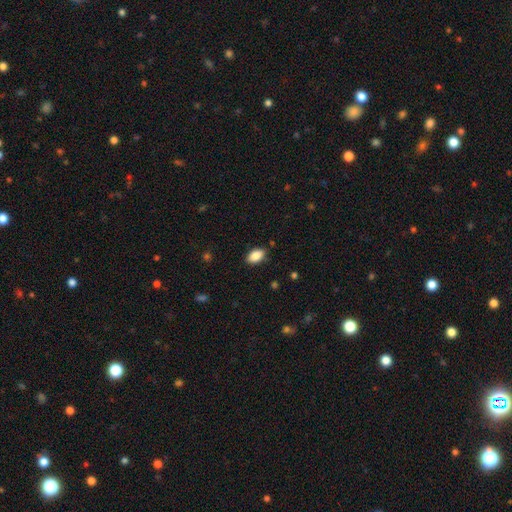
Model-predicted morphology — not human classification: This is clearly a smooth galaxy (88%). How rounded: clearly in between (92%). Merging: clearly none (86%).